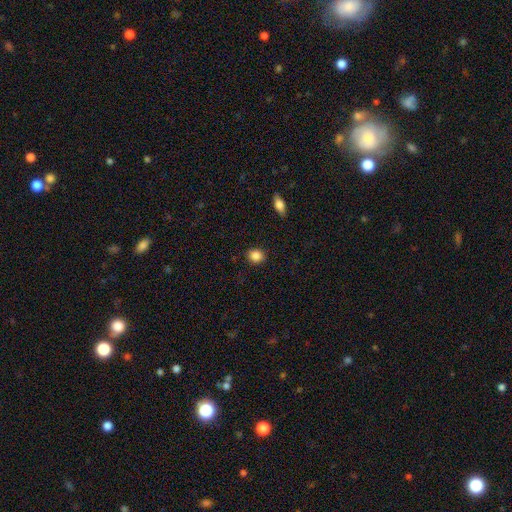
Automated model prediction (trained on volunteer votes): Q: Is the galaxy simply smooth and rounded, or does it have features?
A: smooth — 87%.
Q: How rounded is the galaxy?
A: round — 66%.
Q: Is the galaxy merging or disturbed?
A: none — 89%.